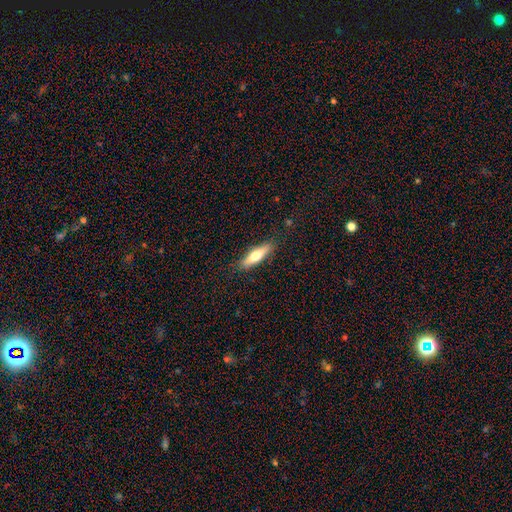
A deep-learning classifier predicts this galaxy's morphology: Smooth or featured?
  - smooth: 60% *
  - featured or disk: 35%
  - star or artifact: 6%
How rounded?
  - cigar-shaped: 67% *
  - in between: 31%
  - round: 2%
Merging?
  - none: 87% *
  - minor disturbance: 10%
  - major disturbance: 2%
  - merger: 1%